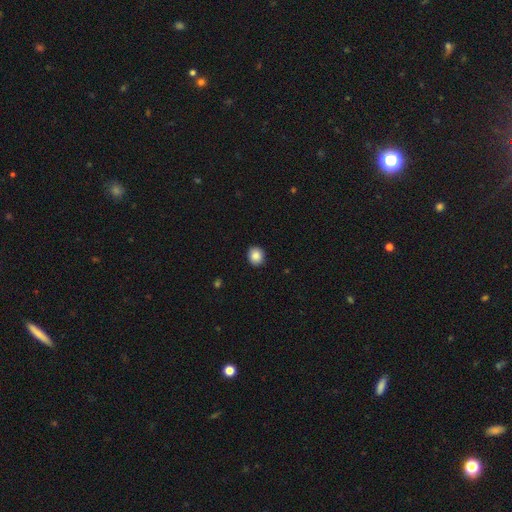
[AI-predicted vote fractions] smooth 88%, star or artifact 9%, featured or disk 4%. Down the decision tree: how rounded — round (81%); merging — none (91%).